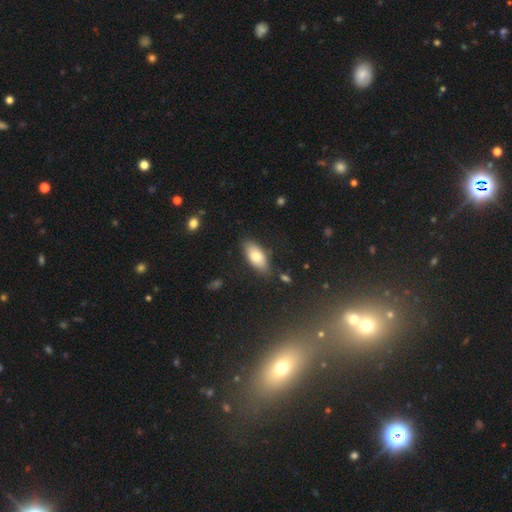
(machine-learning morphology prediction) Q: Smooth or featured?
A: smooth (77%); runner-up: featured or disk (16%)
Q: How rounded?
A: in between (90%); runner-up: cigar-shaped (8%)
Q: Merging?
A: none (80%); runner-up: minor disturbance (15%)